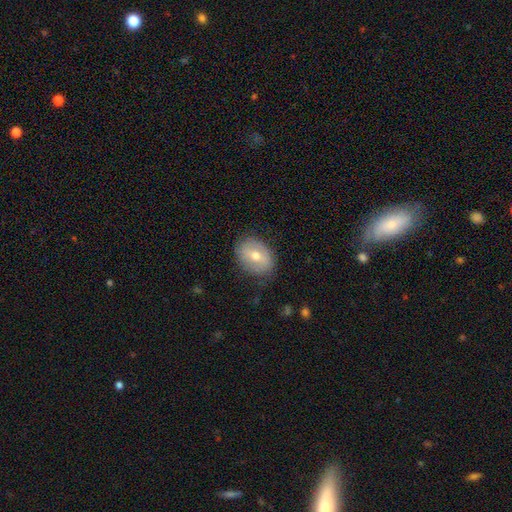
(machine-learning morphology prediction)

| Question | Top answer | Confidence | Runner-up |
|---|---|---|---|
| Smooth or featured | smooth | 56% | featured or disk (37%) |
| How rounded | in between | 60% | round (39%) |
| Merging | none | 78% | minor disturbance (16%) |